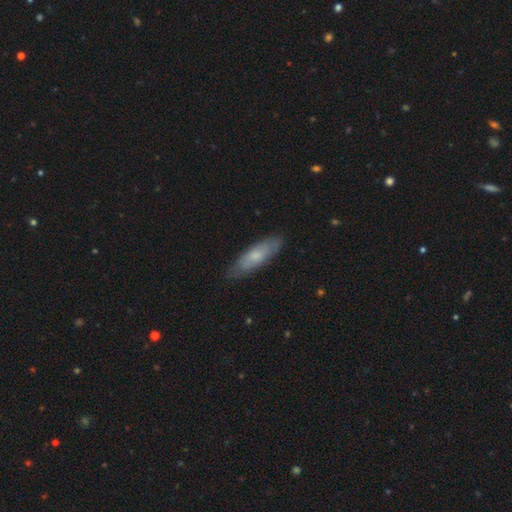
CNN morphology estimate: Q: Smooth or featured?
A: smooth (62%); runner-up: featured or disk (32%)
Q: How rounded?
A: cigar-shaped (50%); runner-up: in between (48%)
Q: Merging?
A: none (77%); runner-up: minor disturbance (18%)